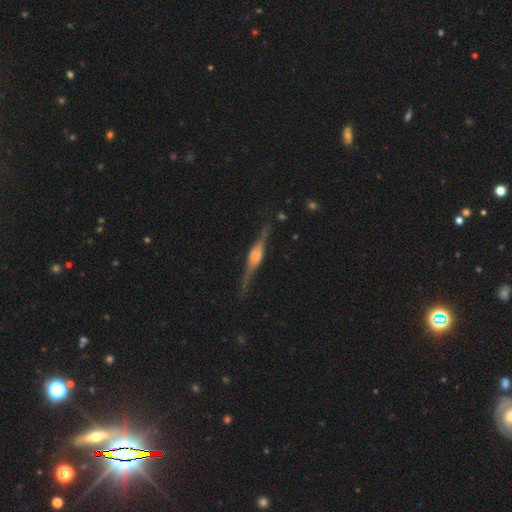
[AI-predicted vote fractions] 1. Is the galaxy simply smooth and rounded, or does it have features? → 80% featured or disk, 14% smooth, 6% star or artifact.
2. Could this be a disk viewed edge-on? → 96% yes, 4% no.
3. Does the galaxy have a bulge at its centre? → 63% rounded, 33% boxy, 5% none.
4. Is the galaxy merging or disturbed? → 80% none, 14% minor disturbance, 4% major disturbance, 2% merger.